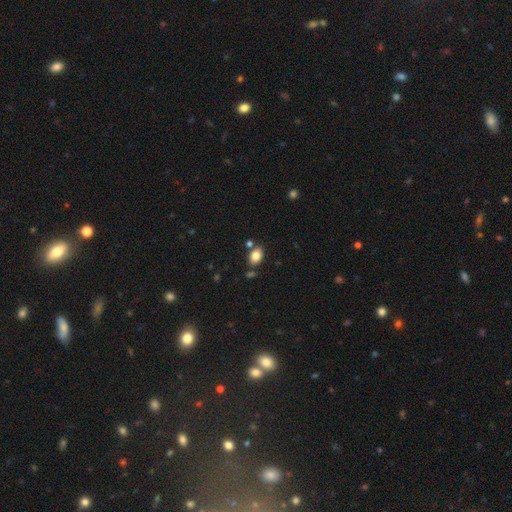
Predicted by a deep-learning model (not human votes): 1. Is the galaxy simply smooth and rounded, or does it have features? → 83% smooth, 9% star or artifact, 8% featured or disk.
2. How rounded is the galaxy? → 81% in between, 17% round, 1% cigar-shaped.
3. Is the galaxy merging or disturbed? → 75% none, 12% minor disturbance, 10% merger, 3% major disturbance.